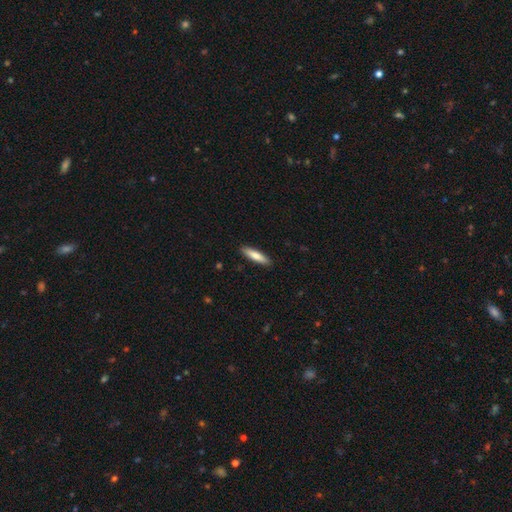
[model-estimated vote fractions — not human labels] Overall: smooth (77%). How rounded: cigar-shaped (76%). Merging: none (90%).